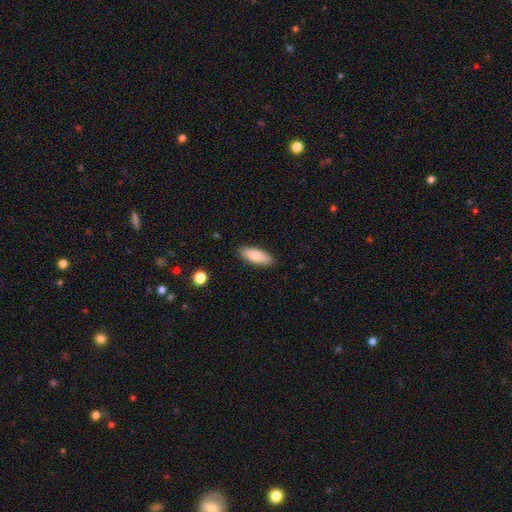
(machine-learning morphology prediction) Q: Smooth or featured?
A: smooth (81%); runner-up: featured or disk (13%)
Q: How rounded?
A: in between (70%); runner-up: cigar-shaped (28%)
Q: Merging?
A: none (88%); runner-up: minor disturbance (9%)